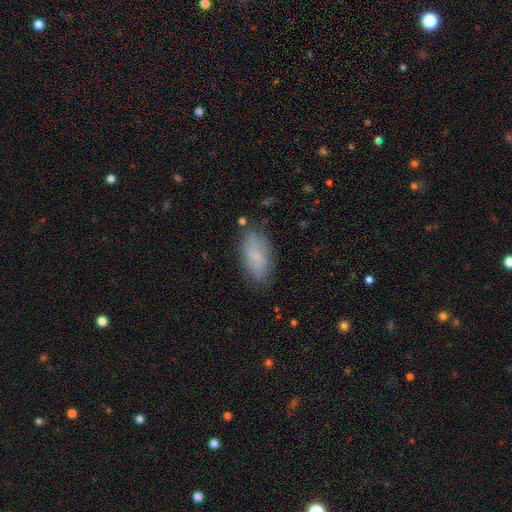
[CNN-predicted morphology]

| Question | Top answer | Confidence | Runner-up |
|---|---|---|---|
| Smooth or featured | smooth | 75% | featured or disk (17%) |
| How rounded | in between | 88% | cigar-shaped (10%) |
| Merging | none | 74% | minor disturbance (19%) |